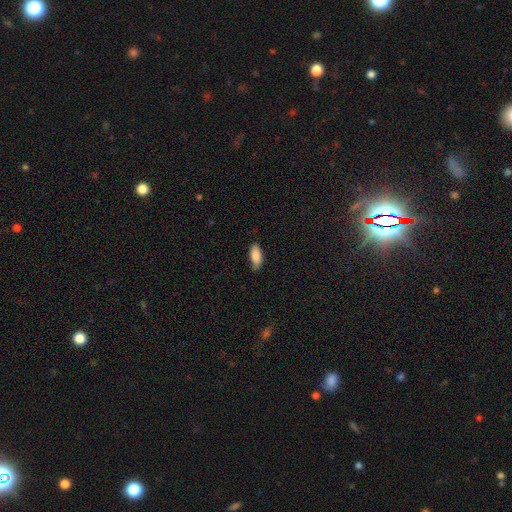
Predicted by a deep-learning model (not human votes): smooth-or-featured: smooth: 86% | featured or disk: 7% | star or artifact: 6%
  how-rounded: in between: 86% | cigar-shaped: 12% | round: 2%
  merging: none: 75% | minor disturbance: 21% | major disturbance: 3% | merger: 1%